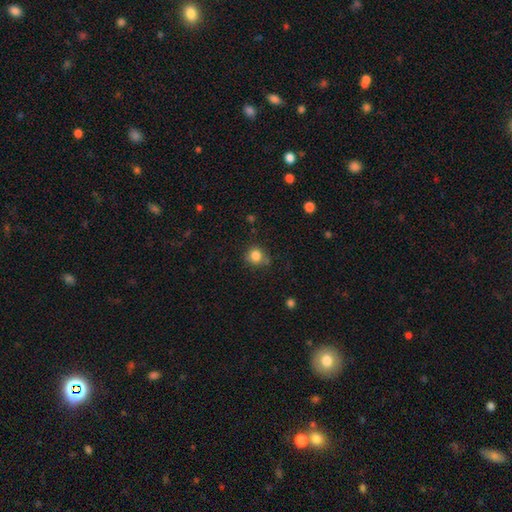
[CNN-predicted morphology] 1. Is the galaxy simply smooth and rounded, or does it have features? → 83% smooth, 11% star or artifact, 6% featured or disk.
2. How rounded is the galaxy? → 83% round, 16% in between, 1% cigar-shaped.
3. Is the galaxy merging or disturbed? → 67% none, 22% minor disturbance, 6% major disturbance, 5% merger.